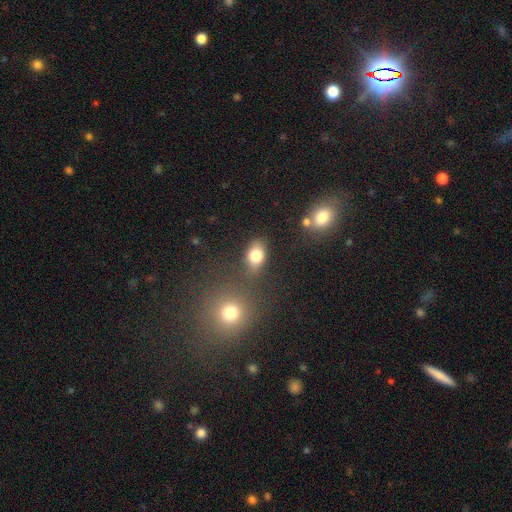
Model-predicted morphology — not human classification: This appears to be a smooth galaxy with no disk features (80%) that is in between round and cigar-shaped (74%). Merging: none (68%).